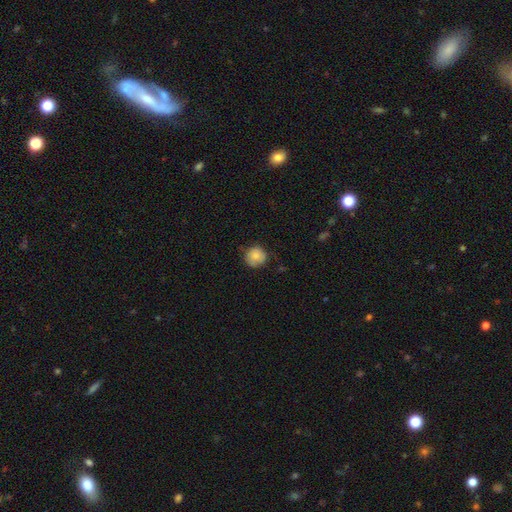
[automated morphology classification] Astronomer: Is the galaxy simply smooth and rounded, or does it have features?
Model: smooth — 80%.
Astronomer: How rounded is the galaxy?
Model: round — 91%.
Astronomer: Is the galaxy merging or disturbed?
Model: none — 75%.